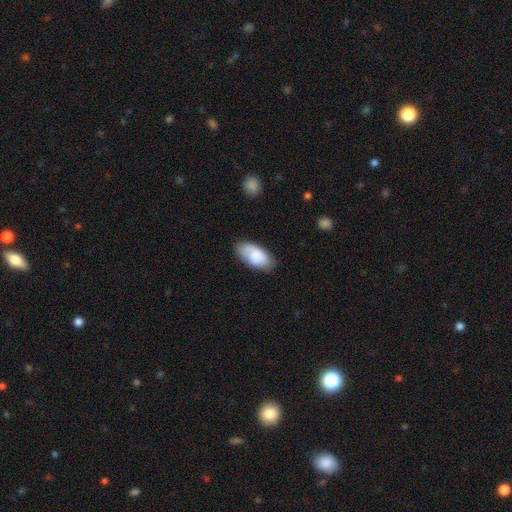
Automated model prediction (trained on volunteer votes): smooth-or-featured: smooth: 83% | featured or disk: 10% | star or artifact: 6%
  how-rounded: in between: 94% | cigar-shaped: 4% | round: 2%
  merging: none: 77% | minor disturbance: 18% | major disturbance: 4% | merger: 2%